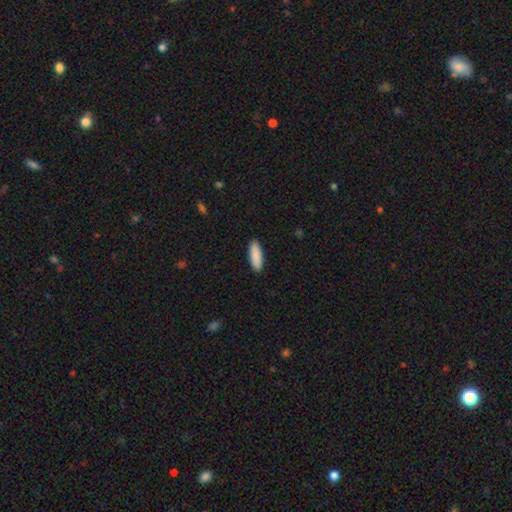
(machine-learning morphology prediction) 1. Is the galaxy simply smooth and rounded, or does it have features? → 90% smooth, 5% star or artifact, 4% featured or disk.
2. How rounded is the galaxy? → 55% in between, 43% cigar-shaped, 2% round.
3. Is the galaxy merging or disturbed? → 91% none, 6% minor disturbance, 1% major disturbance, 1% merger.